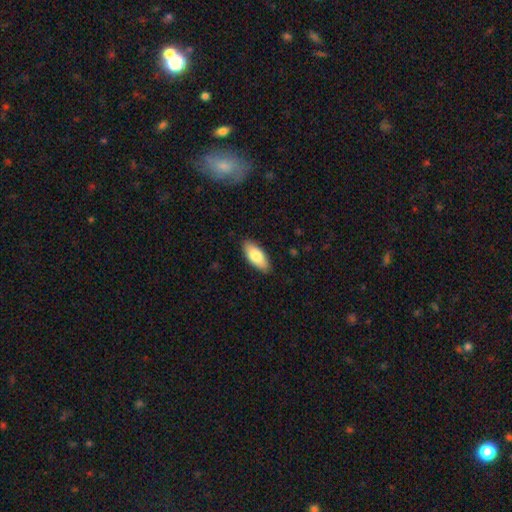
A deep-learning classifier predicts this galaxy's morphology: smooth_or_featured: smooth (p=0.81) [alt: featured or disk p=0.14]
how_rounded: in between (p=0.87) [alt: cigar-shaped p=0.12]
merging: none (p=0.87) [alt: minor disturbance p=0.10]